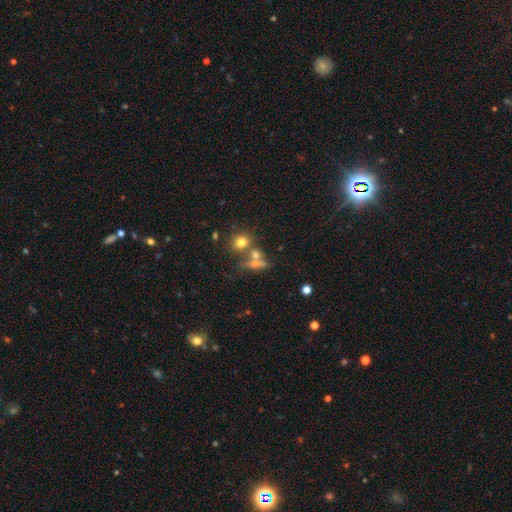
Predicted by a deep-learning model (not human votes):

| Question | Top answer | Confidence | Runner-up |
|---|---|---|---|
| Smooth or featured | smooth | 65% | featured or disk (21%) |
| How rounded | round | 45% | in between (41%) |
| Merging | none | 47% | merger (35%) |